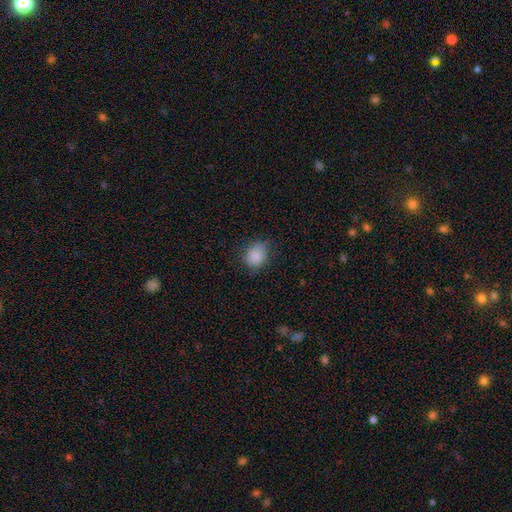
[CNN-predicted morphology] smooth_or_featured: smooth (p=0.86) [alt: star or artifact p=0.09]
how_rounded: round (p=0.65) [alt: in between p=0.34]
merging: none (p=0.76) [alt: minor disturbance p=0.18]